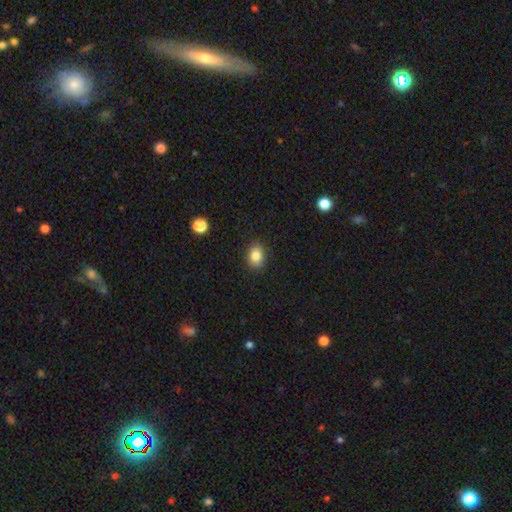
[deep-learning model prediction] A smooth galaxy with no disk features (83%) that is in between round and cigar-shaped (67%). Merging: none (88%).